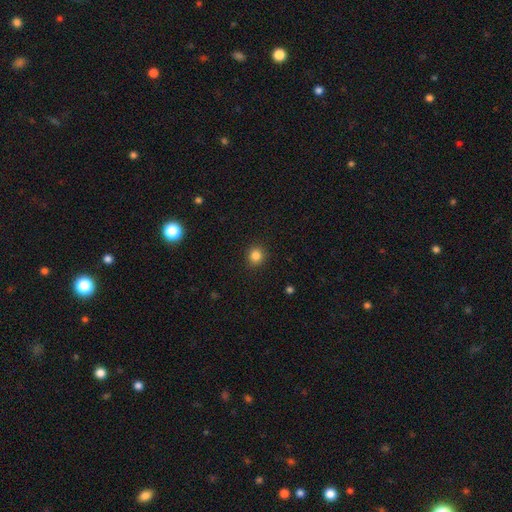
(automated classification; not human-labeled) This is clearly a smooth galaxy (85%). How rounded: clearly round (88%). Merging: clearly none (91%).